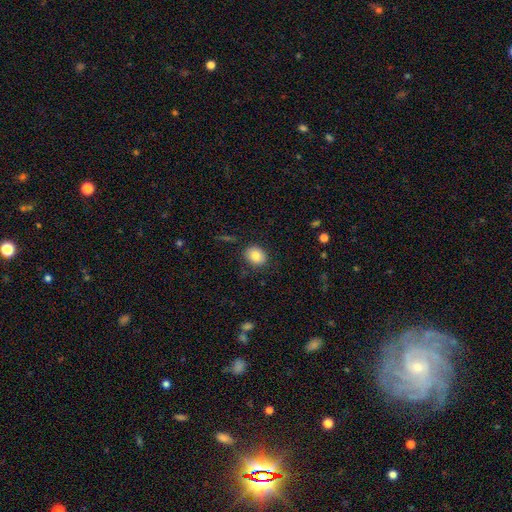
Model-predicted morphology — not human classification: smooth 84%, star or artifact 8%, featured or disk 8%. Down the decision tree: how rounded — in between (50%); merging — none (85%).